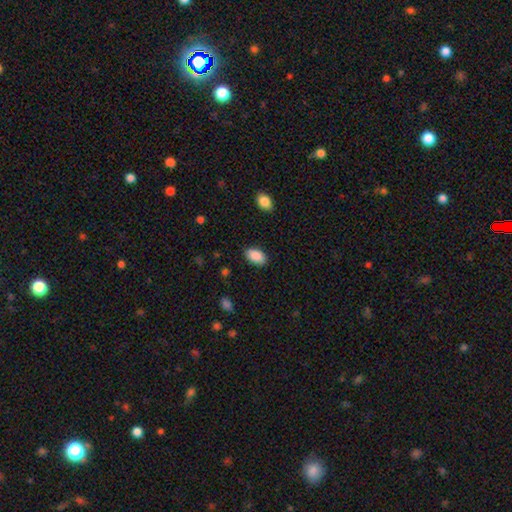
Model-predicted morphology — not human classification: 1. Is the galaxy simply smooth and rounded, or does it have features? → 90% smooth, 7% star or artifact, 3% featured or disk.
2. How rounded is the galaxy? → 94% in between, 5% round, 2% cigar-shaped.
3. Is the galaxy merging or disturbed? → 87% none, 10% minor disturbance, 2% major disturbance, 1% merger.